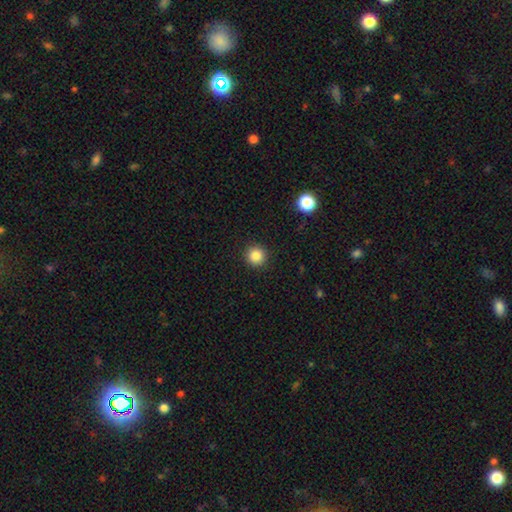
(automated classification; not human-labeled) smooth_or_featured: smooth (p=0.85) [alt: star or artifact p=0.11]
how_rounded: round (p=0.95) [alt: in between p=0.04]
merging: none (p=0.92) [alt: minor disturbance p=0.05]